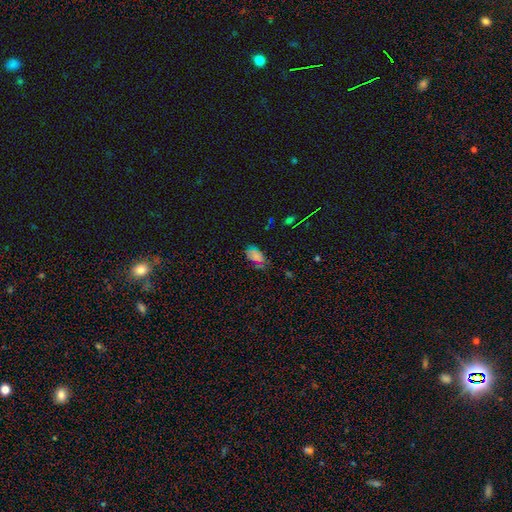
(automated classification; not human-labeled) This is possibly a smooth galaxy (58%). How rounded: clearly in between (90%). Merging: likely none (65%).